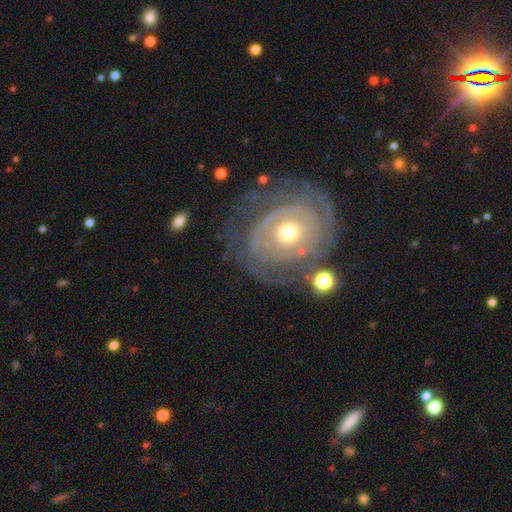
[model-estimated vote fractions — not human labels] featured or disk 85%, smooth 9%, star or artifact 6%. Down the decision tree: edge-on disk — no (96%); bar — no (75%); spiral arms — yes (89%); spiral arm count — 2 (34%); spiral winding — tight (81%); bulge size — moderate (62%); merging — none (72%).